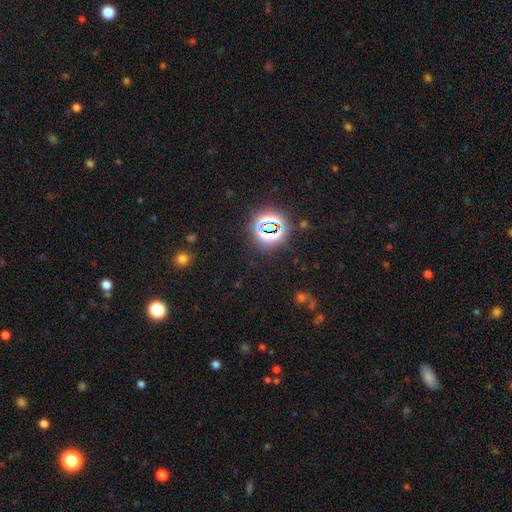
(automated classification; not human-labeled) Q: Smooth or featured?
A: star or artifact (77%); runner-up: smooth (15%)